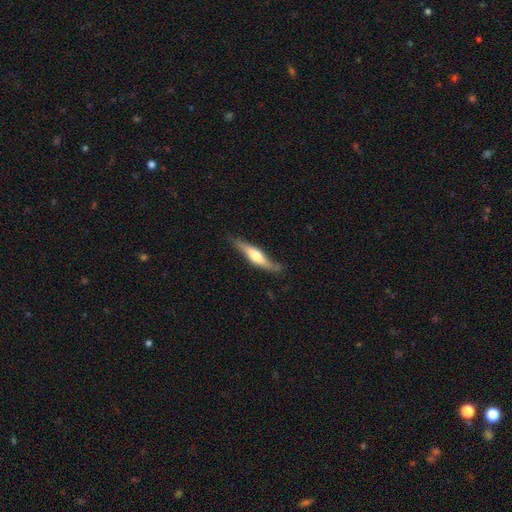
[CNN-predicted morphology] This appears to be a featured or disk galaxy (56%) viewed edge-on (86%). Merging: none (70%).